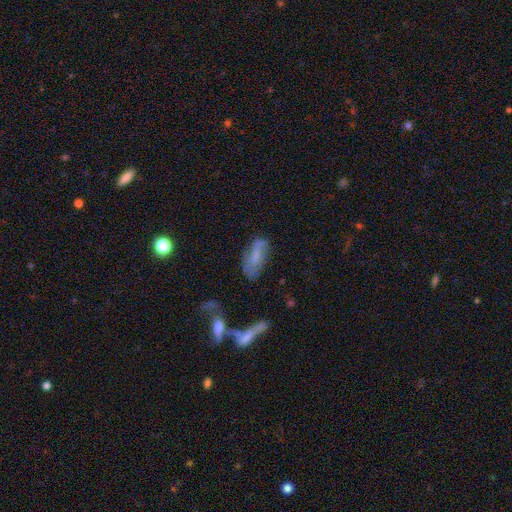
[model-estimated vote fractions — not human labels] This is possibly a smooth galaxy (51%). How rounded: likely in between (80%). Merging: possibly none (58%).